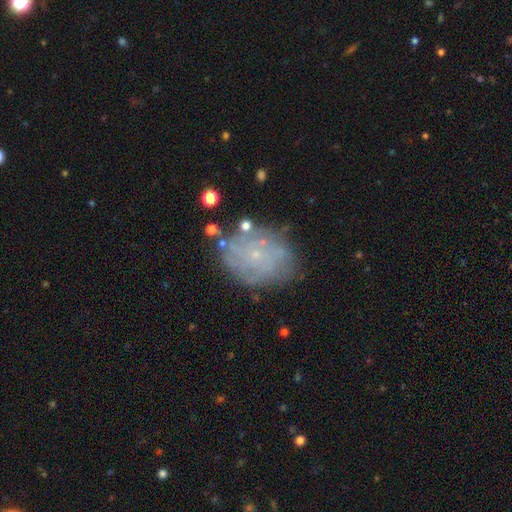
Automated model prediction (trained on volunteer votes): The model was most divided on "smooth or featured": featured or disk: 63%, smooth: 25%, star or artifact: 12%. More confident: edge-on disk — no (97%); bar — no (86%); bulge size — small (86%); merging — none (73%); spiral arms — yes (70%).